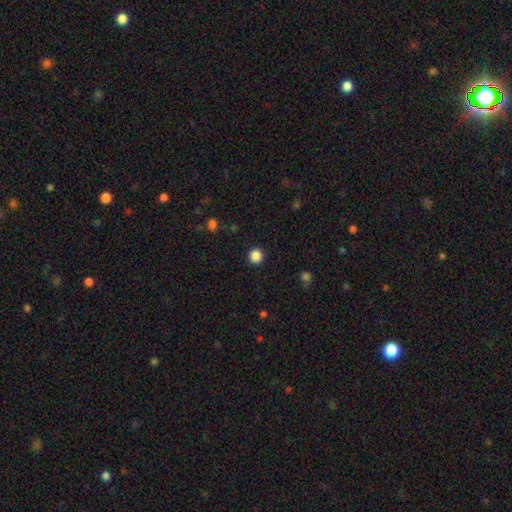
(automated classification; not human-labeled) This appears to be a smooth galaxy with no disk features (86%) that is round (94%). Merging: none (92%).